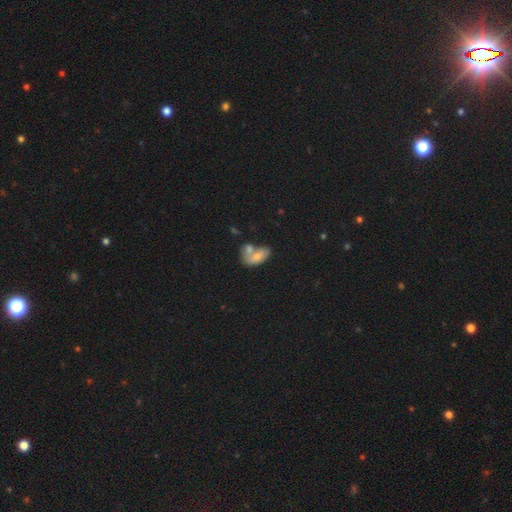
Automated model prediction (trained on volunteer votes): This appears to be a smooth galaxy with no disk features (69%) that is in between round and cigar-shaped (89%). Merging: merger (54%).